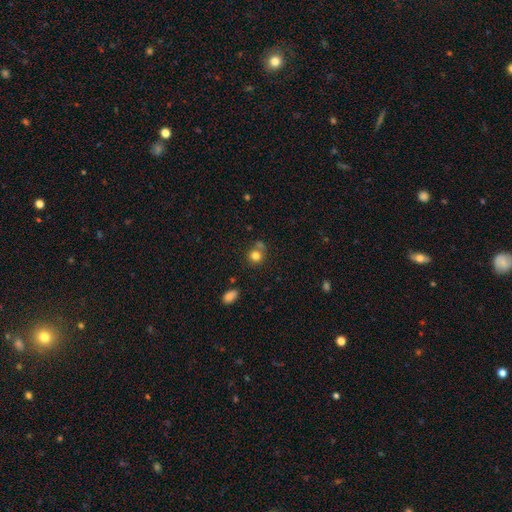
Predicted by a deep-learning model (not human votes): The model was most divided on "merging": none: 61%, merger: 23%, minor disturbance: 12%, major disturbance: 4%. More confident: how rounded — round (85%); smooth or featured — smooth (80%).